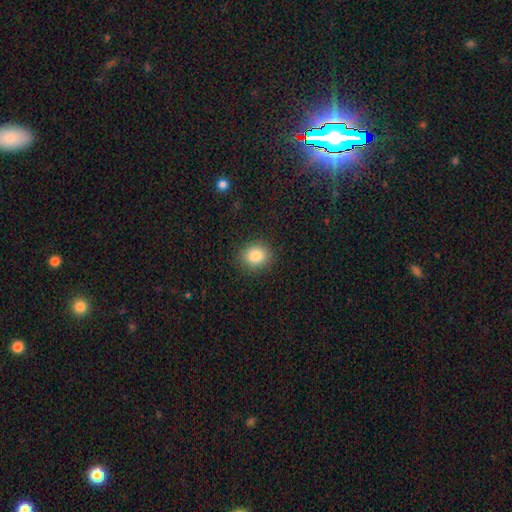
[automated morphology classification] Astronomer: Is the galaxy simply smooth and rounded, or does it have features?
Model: smooth — 84%.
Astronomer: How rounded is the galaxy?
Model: round — 70%.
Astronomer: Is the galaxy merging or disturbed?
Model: none — 88%.